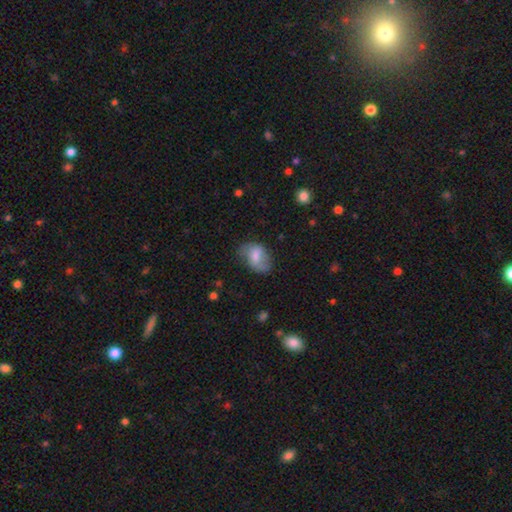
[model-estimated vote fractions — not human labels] Smooth or featured? Predicted: smooth (p=0.67). How rounded? Predicted: in between (p=0.85). Merging? Predicted: none (p=0.54).